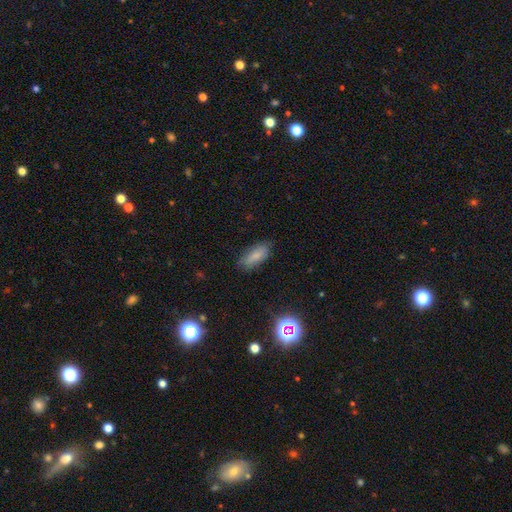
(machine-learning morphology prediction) This is likely a smooth galaxy (77%). How rounded: likely in between (77%). Merging: likely none (80%).